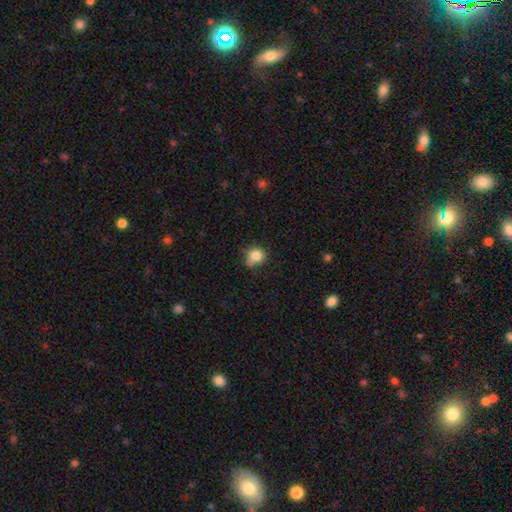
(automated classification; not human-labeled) smooth 82%, star or artifact 11%, featured or disk 7%. Down the decision tree: how rounded — round (79%); merging — none (57%).